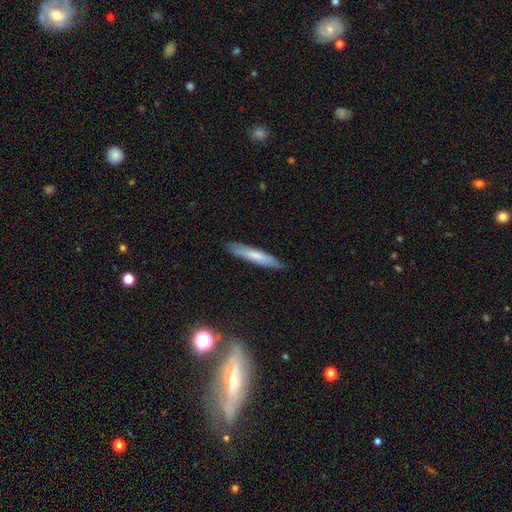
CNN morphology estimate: type=smooth (67%); roundness=cigar-shaped (88%); merging=none (85%).